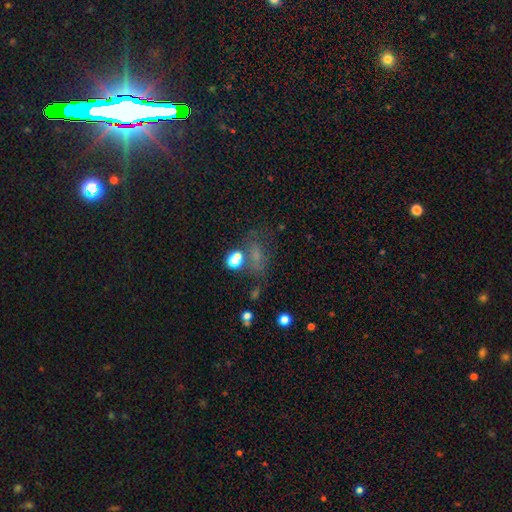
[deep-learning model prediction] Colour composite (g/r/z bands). It shows a smooth galaxy with no disk features (46%). Merging: none (51%).